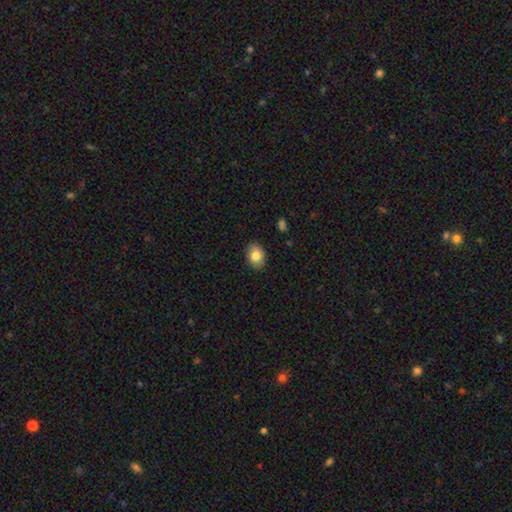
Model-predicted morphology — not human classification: smooth 82%, featured or disk 10%, star or artifact 8%. Down the decision tree: how rounded — in between (71%); merging — none (88%).